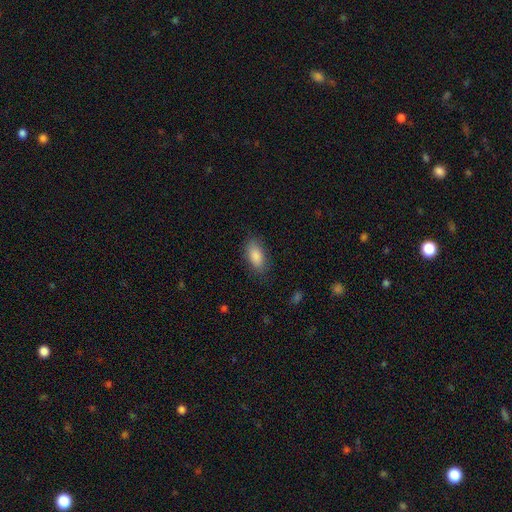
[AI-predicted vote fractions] Morphology: type=smooth (86%); roundness=in between (88%); merging=none (83%).